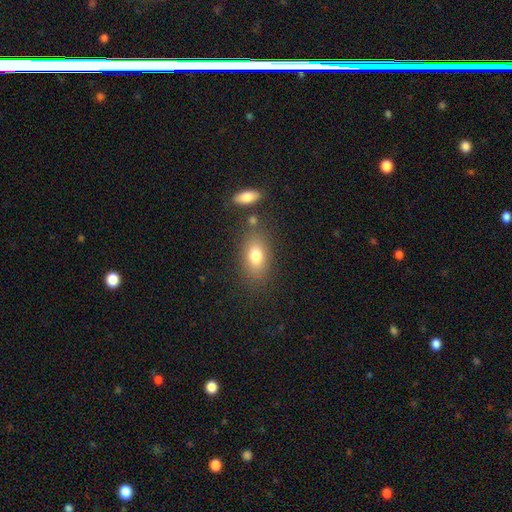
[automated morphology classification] Smooth or featured?
  - smooth: 79% *
  - featured or disk: 12%
  - star or artifact: 9%
How rounded?
  - in between: 84% *
  - round: 12%
  - cigar-shaped: 4%
Merging?
  - none: 76% *
  - minor disturbance: 13%
  - merger: 7%
  - major disturbance: 5%